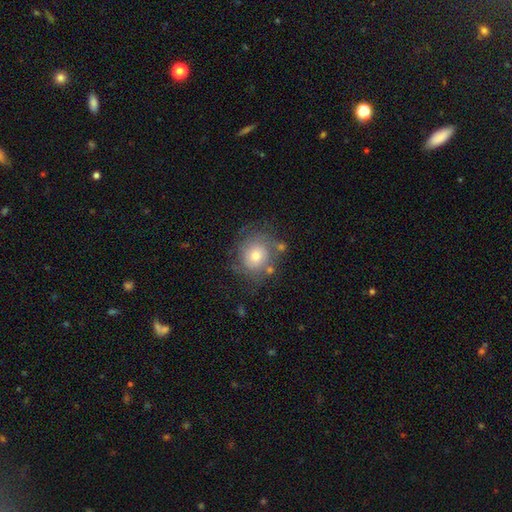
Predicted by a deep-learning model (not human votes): Smooth or featured: smooth — 47% (featured or disk — 43%)
Merging: none — 65% (minor disturbance — 19%)